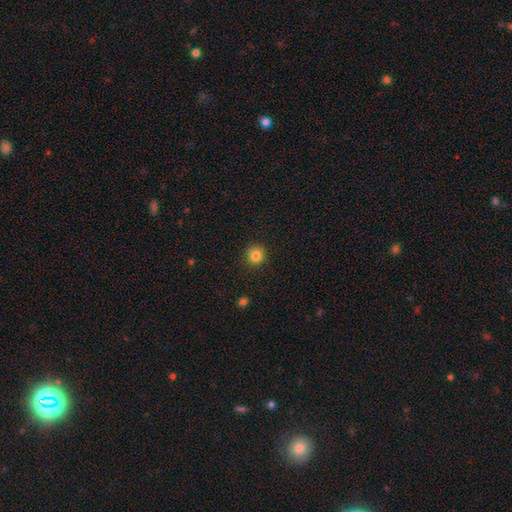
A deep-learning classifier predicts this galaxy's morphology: type=smooth (85%); roundness=round (93%); merging=none (90%).